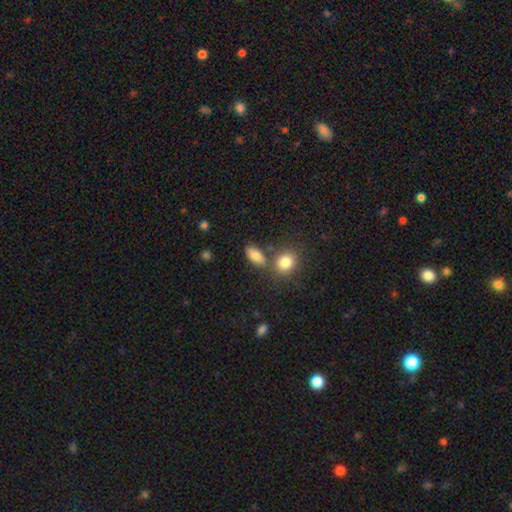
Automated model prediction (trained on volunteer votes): Smooth or featured: smooth — 84% (star or artifact — 9%)
How rounded: in between — 86% (round — 9%)
Merging: none — 68% (merger — 17%)